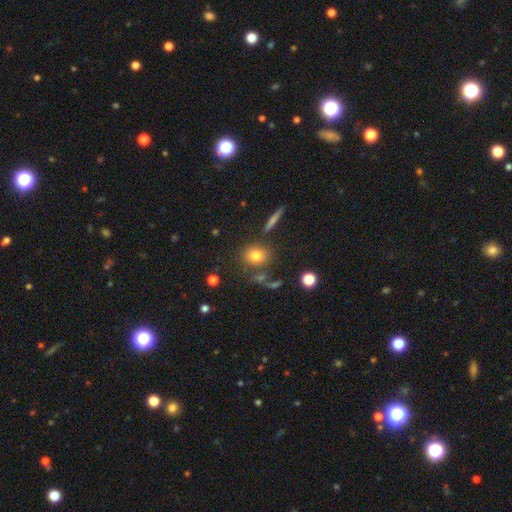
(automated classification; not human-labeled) Overall: smooth (77%). How rounded: round (62%; in between 35%). Merging: none (75%).